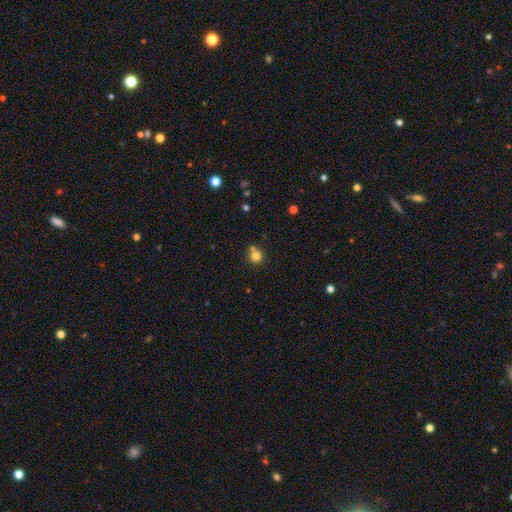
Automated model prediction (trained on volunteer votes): Smooth or featured? Predicted: smooth (p=0.80). How rounded? Predicted: round (p=0.87). Merging? Predicted: none (p=0.56).